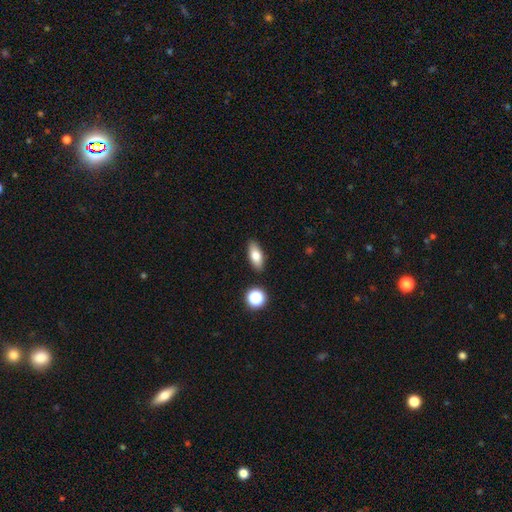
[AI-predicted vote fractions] Smooth or featured? Predicted: smooth (p=0.77). How rounded? Predicted: in between (p=0.79). Merging? Predicted: none (p=0.87).